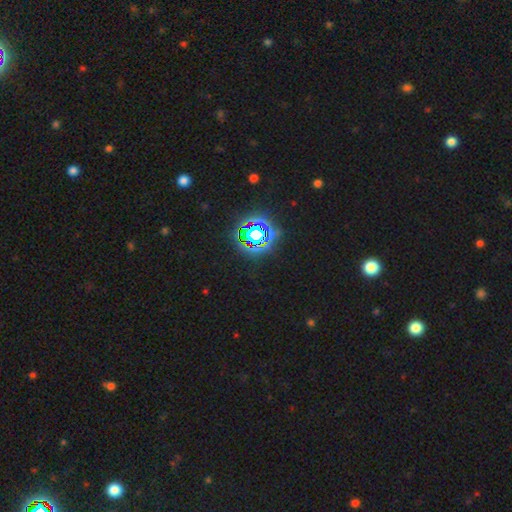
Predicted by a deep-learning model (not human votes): This appears to be a star or artifact, not a galaxy (80%).